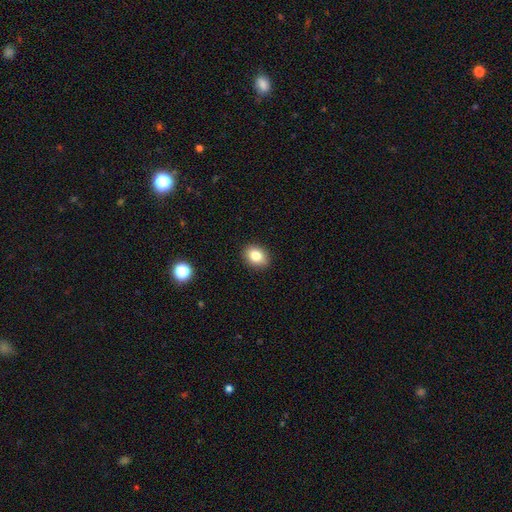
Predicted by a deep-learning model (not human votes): This is clearly a smooth galaxy (82%). How rounded: possibly in between (59%). Merging: clearly none (89%).